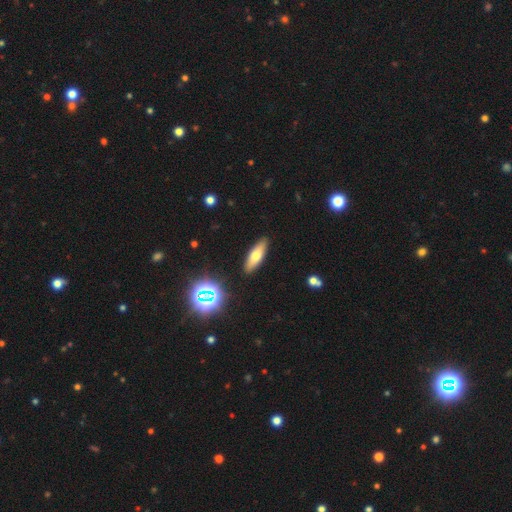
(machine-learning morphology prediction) smooth-or-featured: smooth: 63% | featured or disk: 27% | star or artifact: 10%
  how-rounded: cigar-shaped: 49% | in between: 48% | round: 3%
  merging: none: 89% | minor disturbance: 8% | major disturbance: 2% | merger: 2%